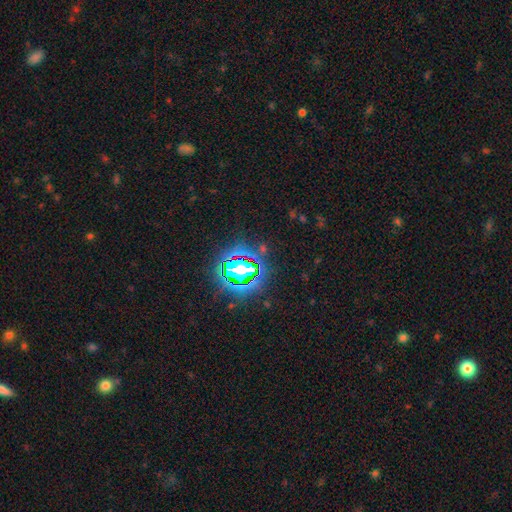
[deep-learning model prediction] Smooth or featured: star or artifact — 79% (smooth — 13%)